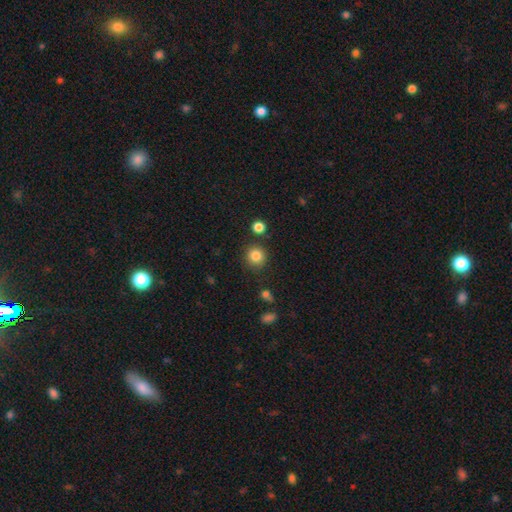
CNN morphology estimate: smooth-or-featured: smooth: 85% | star or artifact: 11% | featured or disk: 5%
  how-rounded: round: 92% | in between: 7% | cigar-shaped: 1%
  merging: none: 86% | minor disturbance: 7% | merger: 4% | major disturbance: 3%